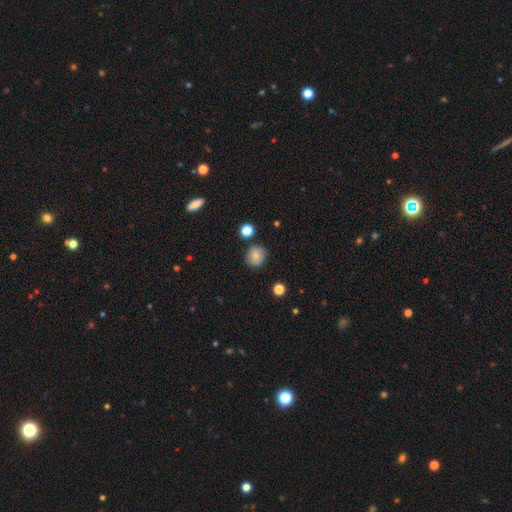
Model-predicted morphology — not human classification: Smooth or featured?
  - smooth: 82% *
  - star or artifact: 10%
  - featured or disk: 8%
How rounded?
  - round: 85% *
  - in between: 14%
  - cigar-shaped: 1%
Merging?
  - none: 84% *
  - minor disturbance: 10%
  - merger: 3%
  - major disturbance: 3%